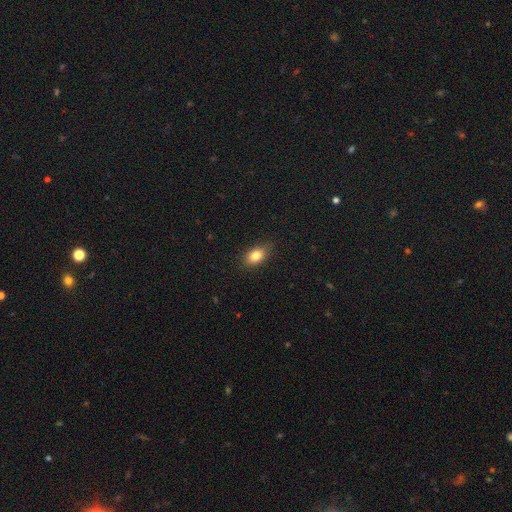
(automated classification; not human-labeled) A smooth galaxy with no disk features (81%) that is in between round and cigar-shaped (80%).

Vote fractions:
- Smooth or featured? smooth: 81% / featured or disk: 10% / star or artifact: 9%
- How rounded? in between: 80% / round: 17% / cigar-shaped: 3%
- Merging? none: 82% / minor disturbance: 14% / major disturbance: 3% / merger: 1%